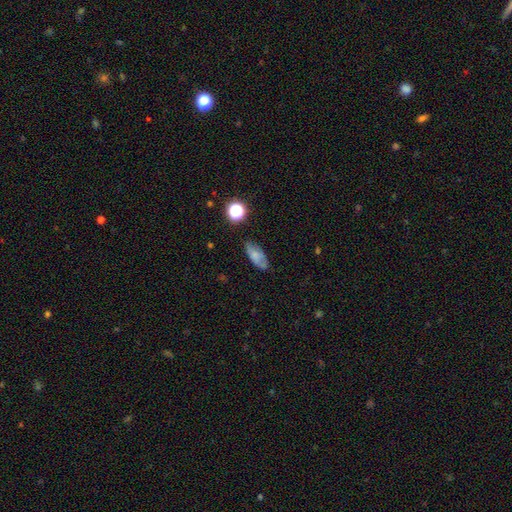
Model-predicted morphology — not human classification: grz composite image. It shows a smooth galaxy with no disk features (65%) that is in between round and cigar-shaped (85%). Merging: none (70%).